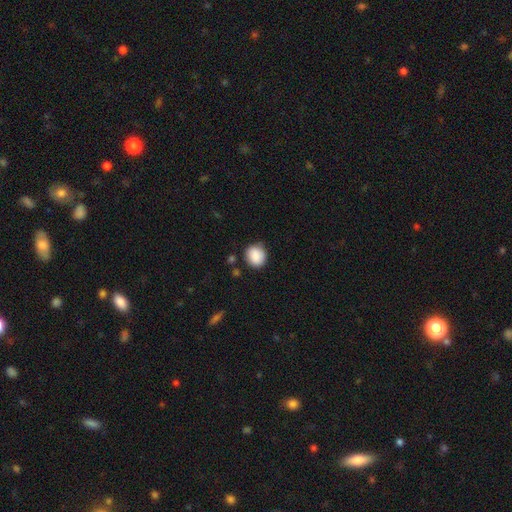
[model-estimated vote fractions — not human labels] This appears to be a smooth galaxy with no disk features (87%) that is round (82%). Merging: none (79%).